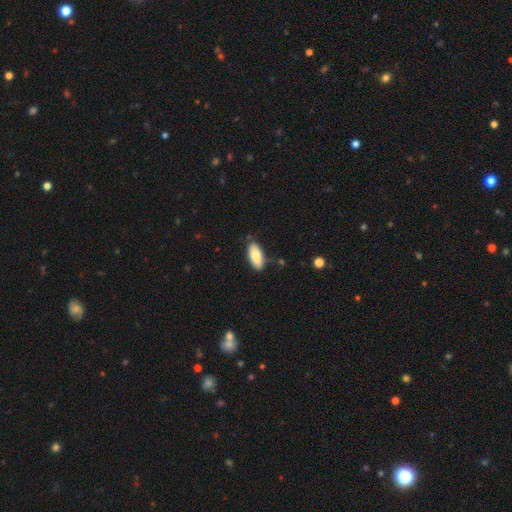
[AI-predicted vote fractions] smooth-or-featured: smooth: 80% | featured or disk: 14% | star or artifact: 6%
  how-rounded: in between: 88% | cigar-shaped: 10% | round: 2%
  merging: none: 78% | minor disturbance: 17% | major disturbance: 3% | merger: 3%